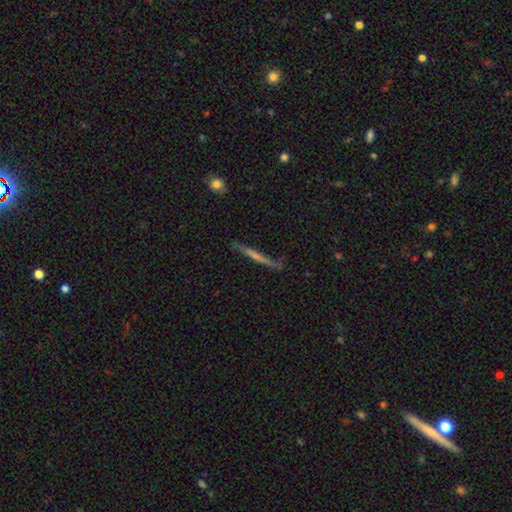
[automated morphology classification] This is possibly a featured or disk galaxy (56%). It is clearly viewed edge-on (93%). Edge-on bulge: likely none (63%). Merging: likely none (77%).